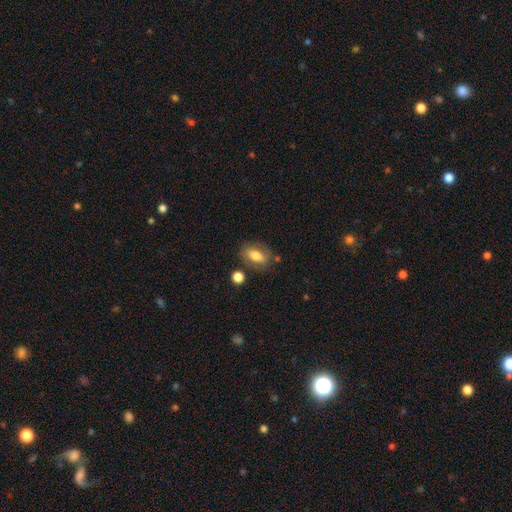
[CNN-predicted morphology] A smooth galaxy with no disk features (67%) that is in between round and cigar-shaped (83%). Merging: none (73%).